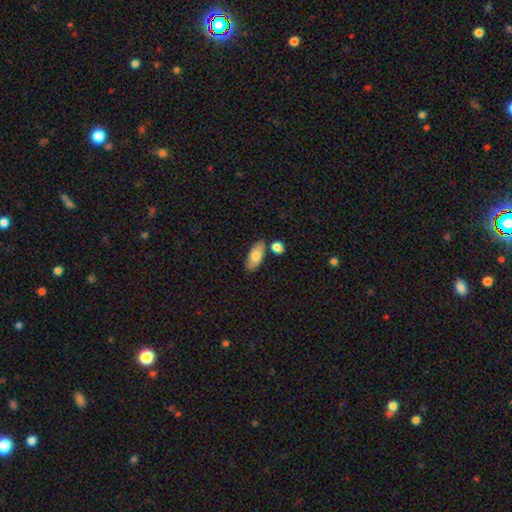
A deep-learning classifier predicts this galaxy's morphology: This appears to be a smooth galaxy with no disk features (76%) that is in between round and cigar-shaped (90%). Merging: none (73%).